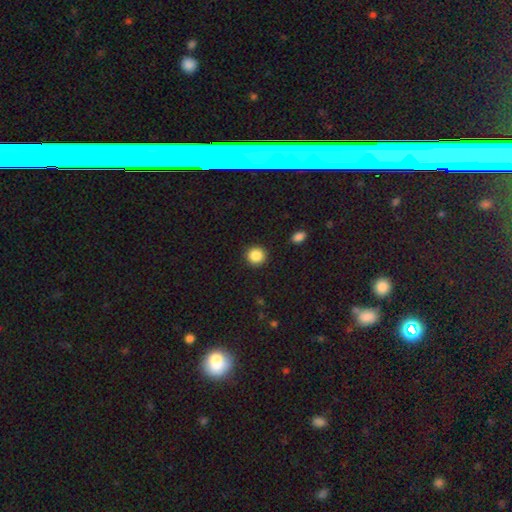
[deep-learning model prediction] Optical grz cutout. It shows a smooth galaxy with no disk features (86%) that is round (93%). Merging: none (92%).